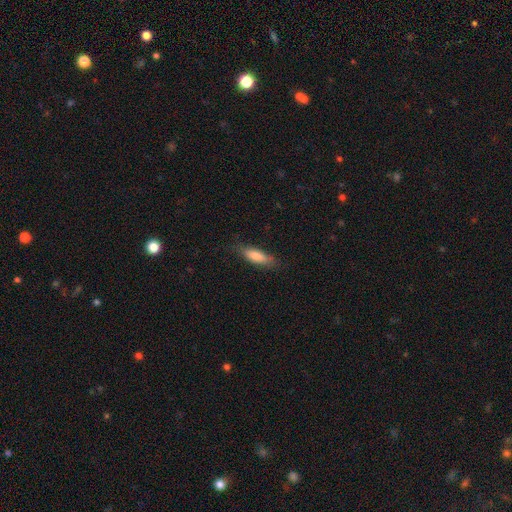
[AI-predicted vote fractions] smooth_or_featured: smooth (p=0.82) [alt: featured or disk p=0.12]
how_rounded: in between (p=0.52) [alt: cigar-shaped p=0.46]
merging: none (p=0.78) [alt: minor disturbance p=0.17]